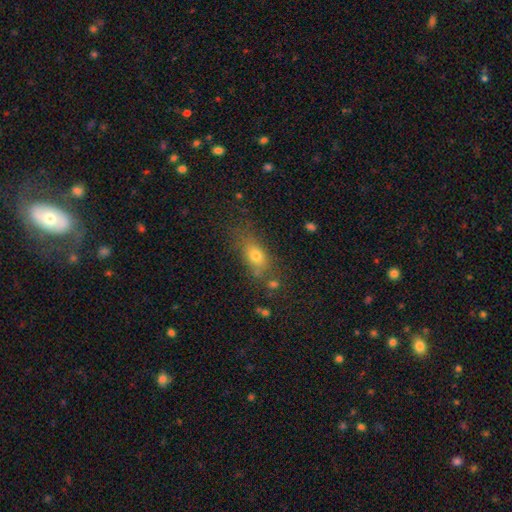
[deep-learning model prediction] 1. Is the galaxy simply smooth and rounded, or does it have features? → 72% smooth, 14% star or artifact, 14% featured or disk.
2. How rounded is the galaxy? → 70% in between, 19% round, 11% cigar-shaped.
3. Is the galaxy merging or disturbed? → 62% none, 21% minor disturbance, 10% major disturbance, 7% merger.